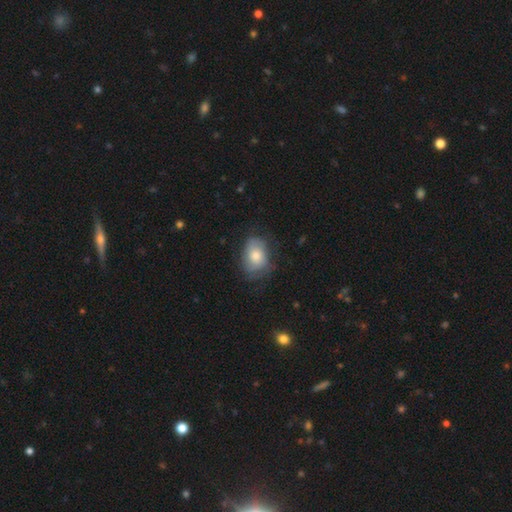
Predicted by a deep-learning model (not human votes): Smooth or featured?
  - smooth: 61% *
  - featured or disk: 31%
  - star or artifact: 8%
How rounded?
  - in between: 70% *
  - round: 29%
  - cigar-shaped: 1%
Merging?
  - none: 63% *
  - minor disturbance: 26%
  - major disturbance: 10%
  - merger: 1%